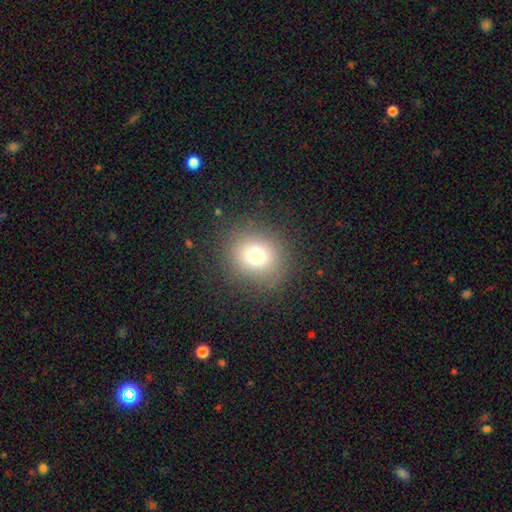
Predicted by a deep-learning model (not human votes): Overall: smooth (73%). How rounded: round (82%). Merging: none (86%).